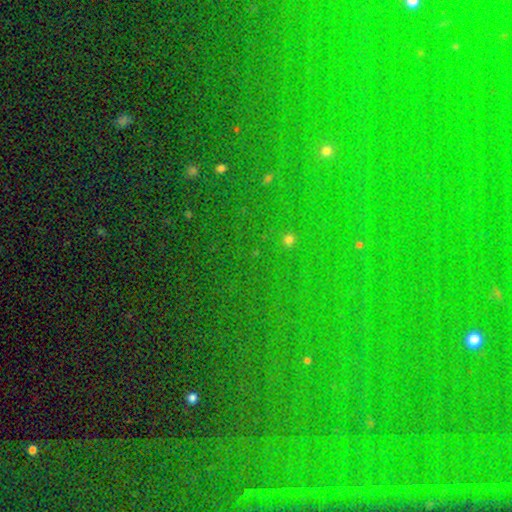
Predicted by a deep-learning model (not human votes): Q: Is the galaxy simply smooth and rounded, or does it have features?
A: star or artifact — 83%.